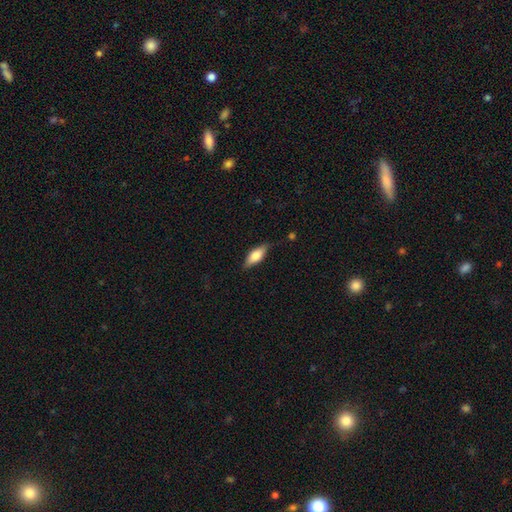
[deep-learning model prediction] Smooth or featured: smooth — 65% (featured or disk — 28%)
How rounded: in between — 72% (cigar-shaped — 25%)
Merging: none — 79% (minor disturbance — 16%)